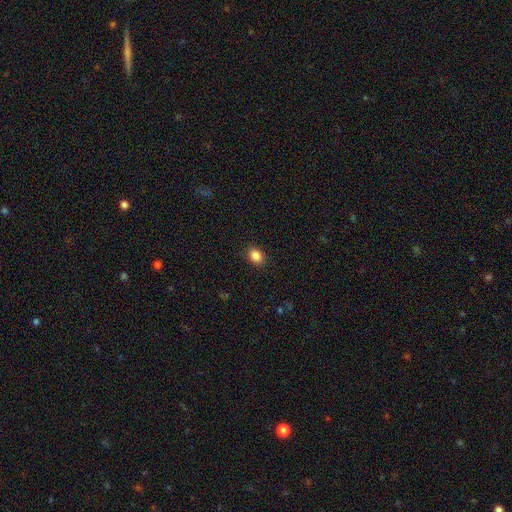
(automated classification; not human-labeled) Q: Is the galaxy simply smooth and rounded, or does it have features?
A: smooth — 86%.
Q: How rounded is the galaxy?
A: in between — 53%.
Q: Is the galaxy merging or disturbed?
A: none — 88%.